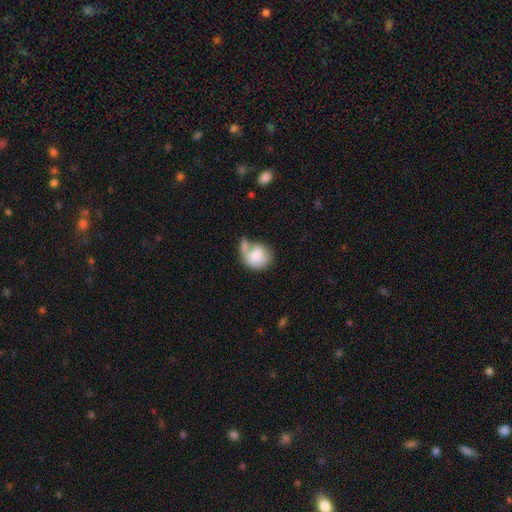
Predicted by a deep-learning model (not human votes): Smooth or featured: smooth — 73% (featured or disk — 20%)
How rounded: round — 67% (in between — 32%)
Merging: merger — 36% (none — 28%)